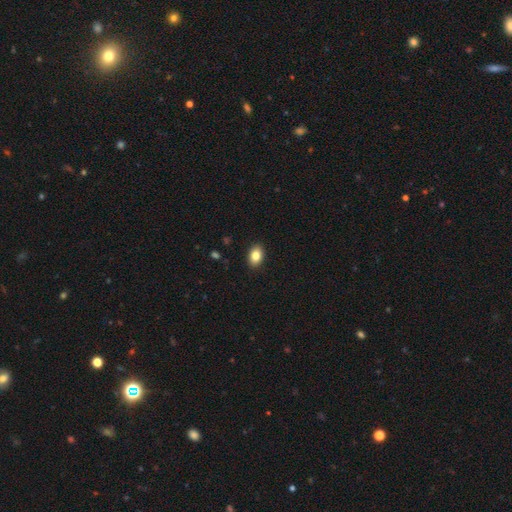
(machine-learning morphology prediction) Smooth or featured? smooth (84%)
How rounded? in between (81%)
Merging? none (90%)